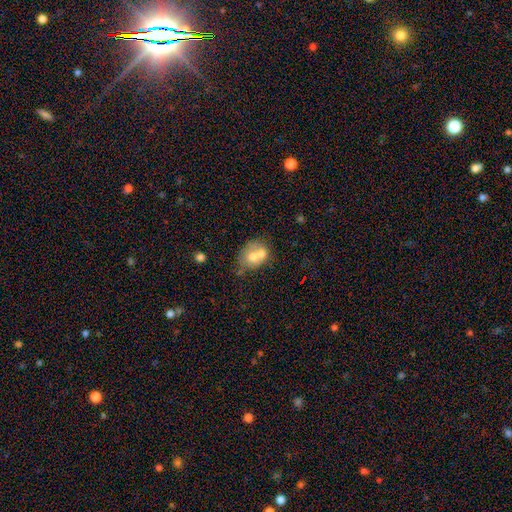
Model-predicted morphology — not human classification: The model was most divided on "how rounded": round: 52%, in between: 47%, cigar-shaped: 1%. More confident: merging — merger (62%); smooth or featured — smooth (60%).